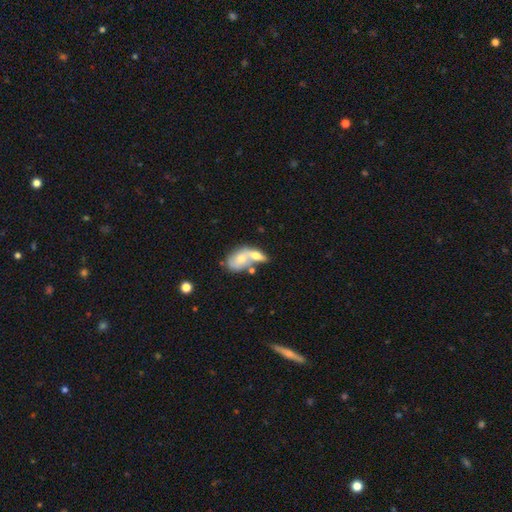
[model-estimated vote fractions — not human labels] A smooth galaxy with no disk features (52%) that is in between round and cigar-shaped (81%). Merging: merger (68%).